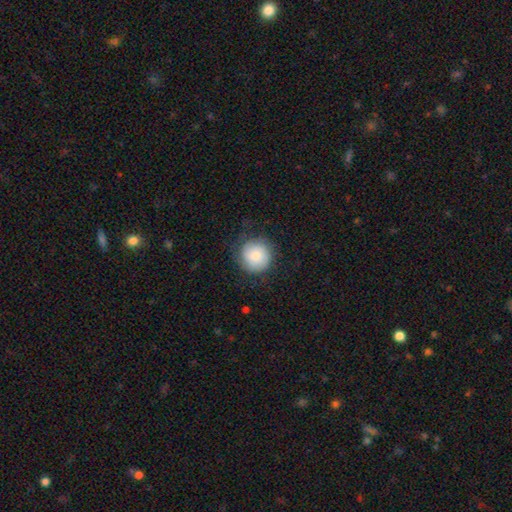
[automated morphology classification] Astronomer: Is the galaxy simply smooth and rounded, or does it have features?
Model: smooth — 79%.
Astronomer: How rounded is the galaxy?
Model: round — 94%.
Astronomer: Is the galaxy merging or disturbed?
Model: none — 74%.